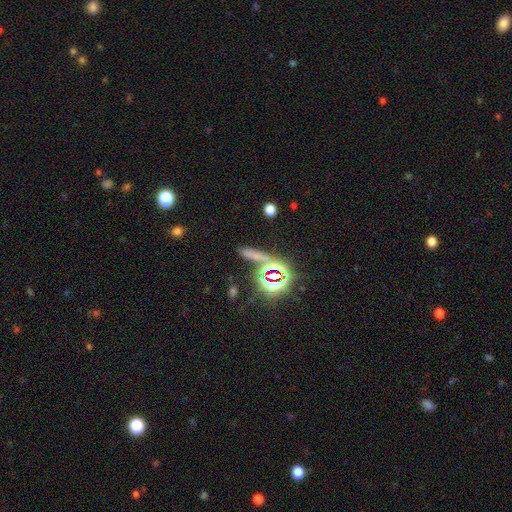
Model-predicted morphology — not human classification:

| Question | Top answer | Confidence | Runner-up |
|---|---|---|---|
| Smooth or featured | star or artifact | 46% | smooth (42%) |